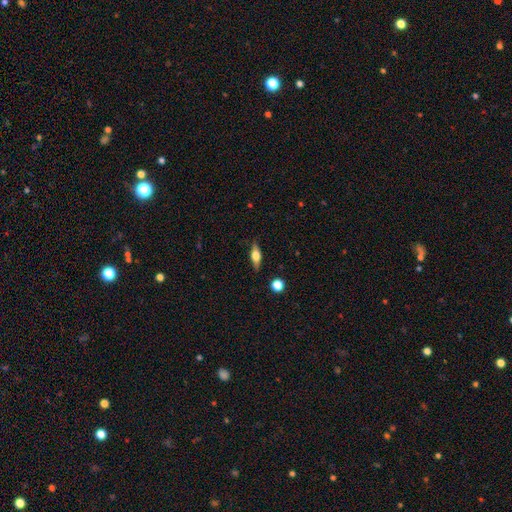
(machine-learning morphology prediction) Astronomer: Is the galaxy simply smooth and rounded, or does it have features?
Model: featured or disk — 47% (runner-up: smooth, 46%).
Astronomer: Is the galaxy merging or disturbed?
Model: none — 86%.